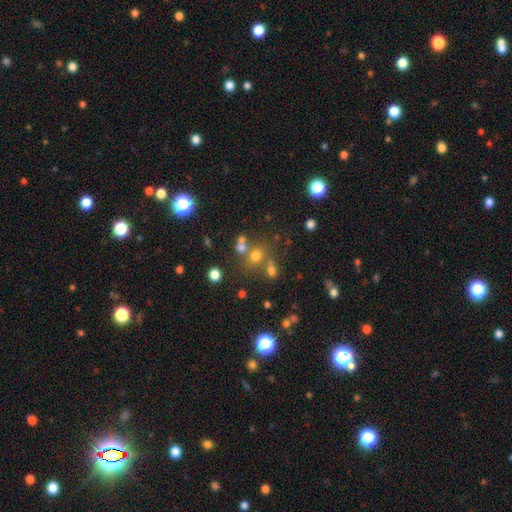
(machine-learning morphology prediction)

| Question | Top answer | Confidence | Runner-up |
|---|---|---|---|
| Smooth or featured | smooth | 59% | star or artifact (28%) |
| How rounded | round | 65% | in between (33%) |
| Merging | none | 53% | merger (32%) |